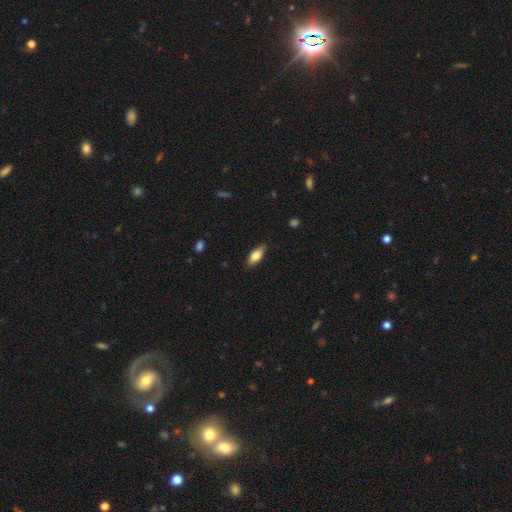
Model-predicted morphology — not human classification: Smooth or featured: smooth — 75% (featured or disk — 19%)
How rounded: in between — 79% (cigar-shaped — 18%)
Merging: none — 83% (minor disturbance — 13%)